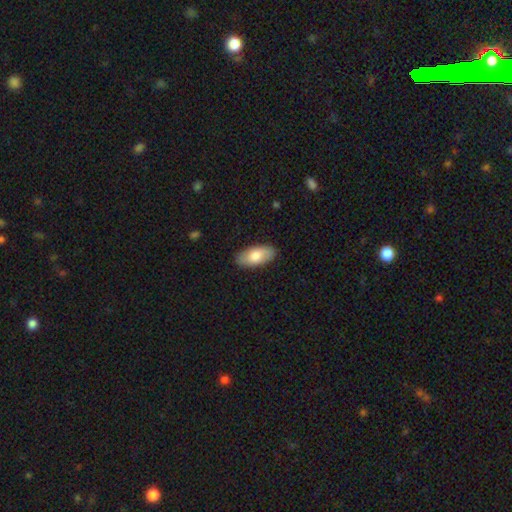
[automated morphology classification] Smooth or featured? Predicted: smooth (p=0.79). How rounded? Predicted: in between (p=0.91). Merging? Predicted: none (p=0.88).